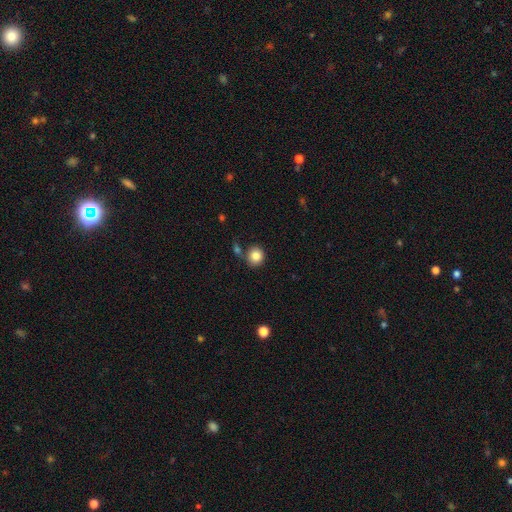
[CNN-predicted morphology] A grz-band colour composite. It shows a smooth galaxy with no disk features (84%) that is round (88%). Merging: none (73%).